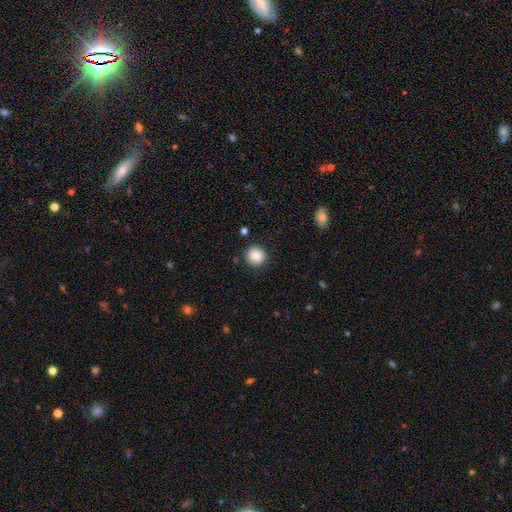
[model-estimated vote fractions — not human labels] Smooth or featured: smooth — 86% (star or artifact — 9%)
How rounded: round — 92% (in between — 7%)
Merging: none — 89% (minor disturbance — 7%)